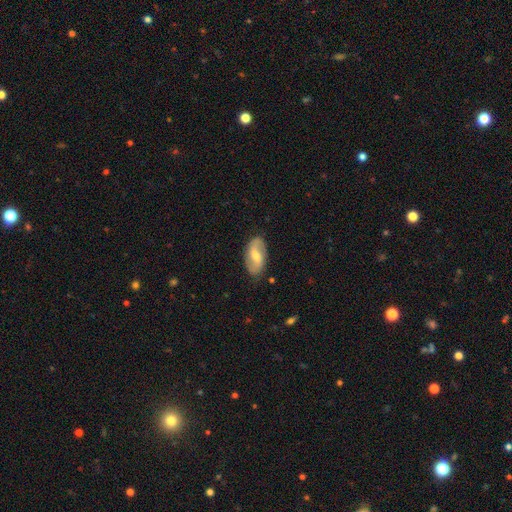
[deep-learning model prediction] Q: Smooth or featured?
A: featured or disk (69%); runner-up: smooth (25%)
Q: Edge-on disk?
A: no (94%); runner-up: yes (6%)
Q: Bar?
A: weak (48%); runner-up: no (30%)
Q: Spiral arms?
A: yes (88%); runner-up: no (12%)
Q: Spiral winding?
A: loose (43%); runner-up: medium (38%)
Q: Spiral arm count?
A: 2 (89%); runner-up: can't tell (7%)
Q: Bulge size?
A: moderate (56%); runner-up: small (38%)
Q: Merging?
A: none (83%); runner-up: minor disturbance (13%)